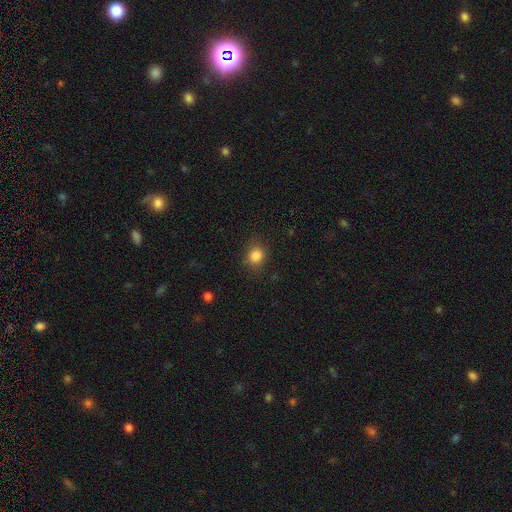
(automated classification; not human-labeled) smooth_or_featured: smooth (p=0.83) [alt: star or artifact p=0.11]
how_rounded: round (p=0.73) [alt: in between p=0.26]
merging: none (p=0.80) [alt: minor disturbance p=0.15]